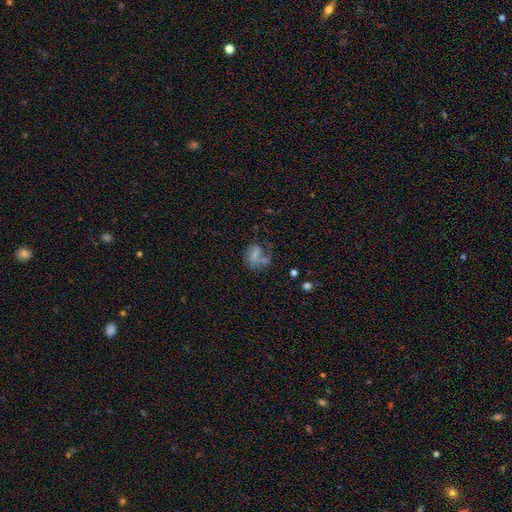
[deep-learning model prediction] Smooth or featured?
  - featured or disk: 55% *
  - smooth: 33%
  - star or artifact: 12%
Edge-on disk?
  - no: 98% *
  - yes: 2%
Bar?
  - no: 53% *
  - weak: 33%
  - strong: 14%
Spiral arms?
  - yes: 68% *
  - no: 32%
Bulge size?
  - none: 57% *
  - small: 23%
  - moderate: 13%
  - large: 5%
  - dominant: 2%
Merging?
  - major disturbance: 43% *
  - none: 29%
  - minor disturbance: 18%
  - merger: 10%